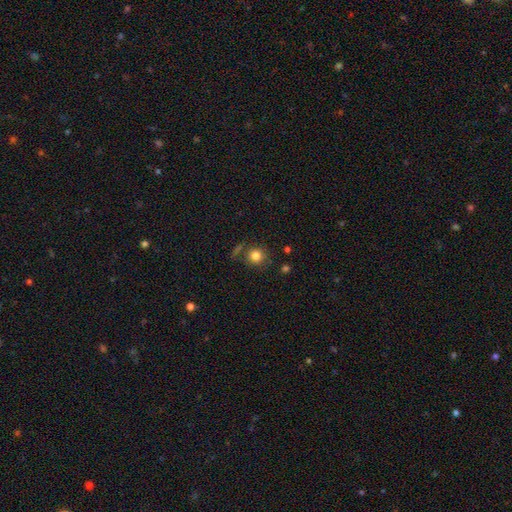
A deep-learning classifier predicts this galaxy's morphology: smooth-or-featured: smooth: 82% | star or artifact: 11% | featured or disk: 7%
  how-rounded: round: 89% | in between: 10% | cigar-shaped: 1%
  merging: none: 74% | minor disturbance: 12% | merger: 9% | major disturbance: 5%